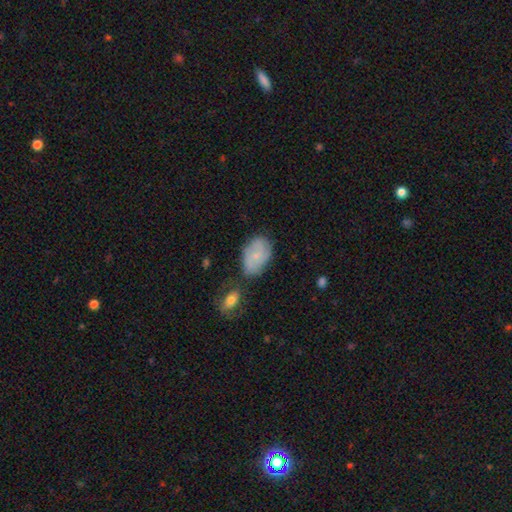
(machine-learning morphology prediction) Smooth or featured: smooth — 56% (featured or disk — 37%)
How rounded: in between — 88% (round — 11%)
Merging: none — 62% (minor disturbance — 23%)